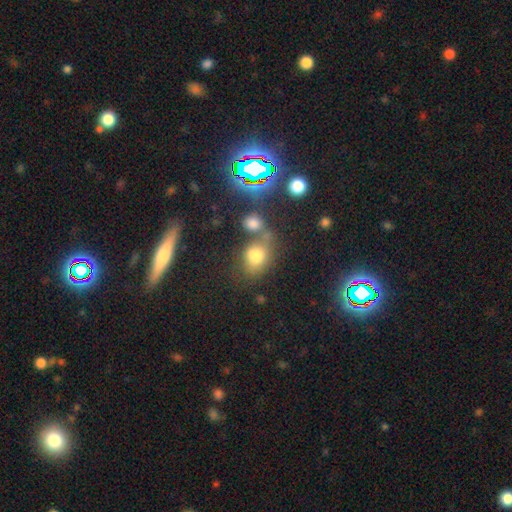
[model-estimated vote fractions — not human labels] The model was most divided on "merging": none: 45%, merger: 28%, minor disturbance: 16%, major disturbance: 10%. More confident: smooth or featured — smooth (70%); how rounded — in between (61%).